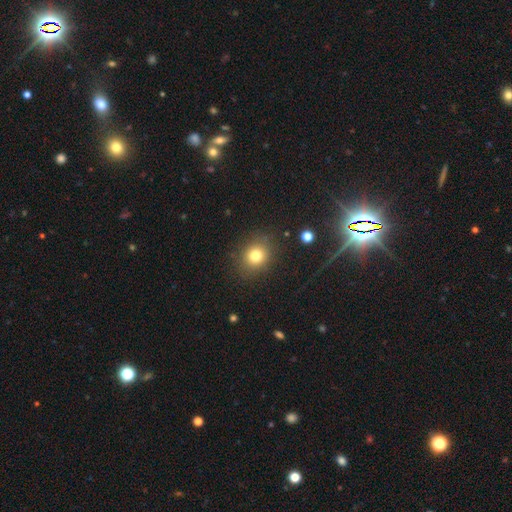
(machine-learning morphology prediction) A smooth galaxy with no disk features (78%) that is round (70%). Merging: none (85%).